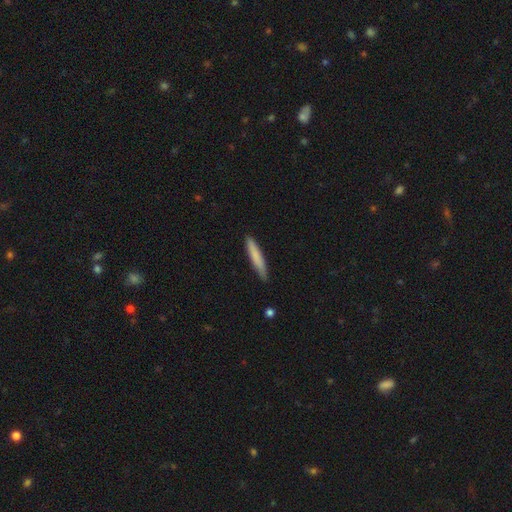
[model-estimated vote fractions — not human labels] smooth 78%, featured or disk 17%, star or artifact 5%. Down the decision tree: how rounded — cigar-shaped (93%); merging — none (87%).